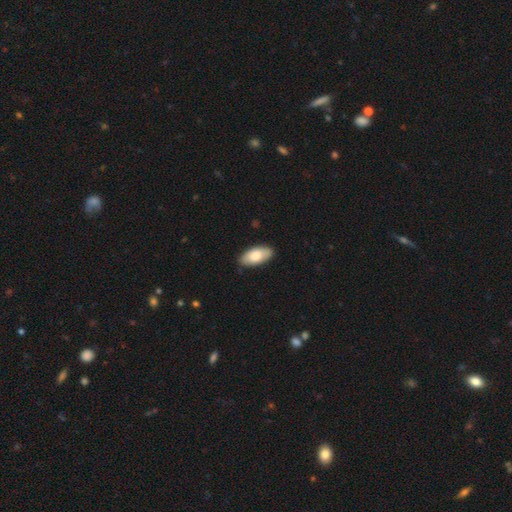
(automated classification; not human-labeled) Morphology: type=smooth (80%); roundness=in between (92%); merging=none (87%).